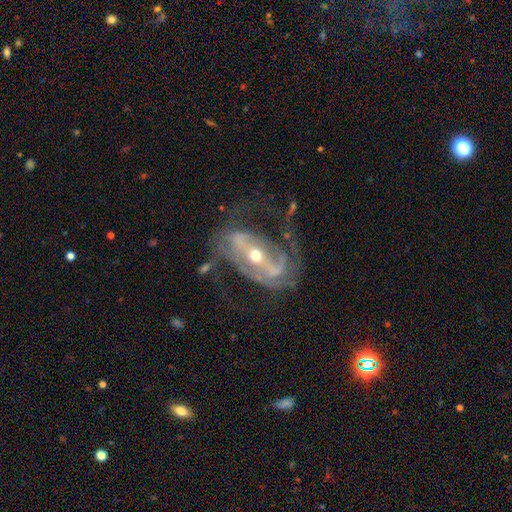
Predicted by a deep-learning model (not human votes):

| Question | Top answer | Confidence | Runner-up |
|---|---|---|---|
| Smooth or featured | featured or disk | 88% | smooth (7%) |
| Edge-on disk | no | 95% | yes (5%) |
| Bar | strong | 54% | weak (28%) |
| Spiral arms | yes | 89% | no (11%) |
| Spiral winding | medium | 44% | loose (29%) |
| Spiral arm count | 2 | 62% | can't tell (14%) |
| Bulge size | moderate | 63% | small (32%) |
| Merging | none | 46% | major disturbance (30%) |